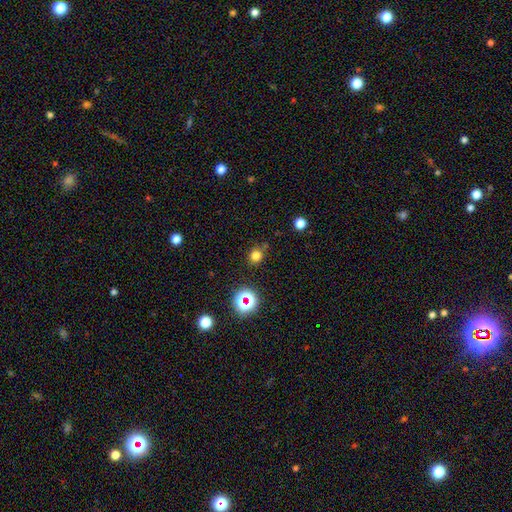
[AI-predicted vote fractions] Smooth or featured: smooth — 75% (star or artifact — 19%)
How rounded: round — 80% (in between — 19%)
Merging: none — 83% (minor disturbance — 10%)